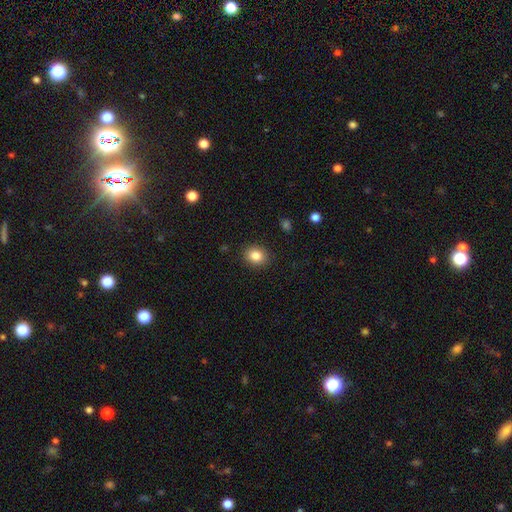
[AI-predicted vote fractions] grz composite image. It shows a smooth galaxy with no disk features (85%) that is round (60%). Merging: none (89%).